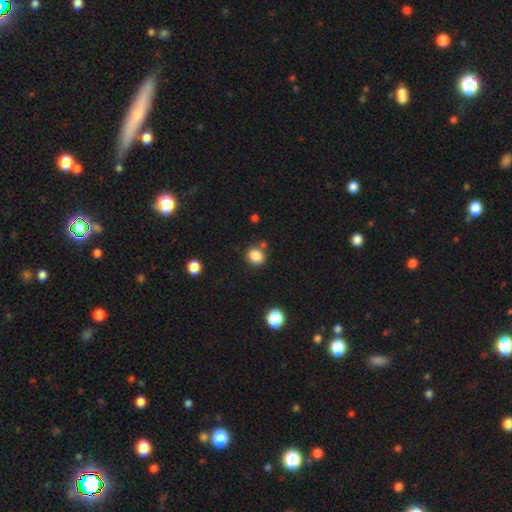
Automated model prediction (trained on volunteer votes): Q: Smooth or featured?
A: smooth (86%); runner-up: star or artifact (10%)
Q: How rounded?
A: round (67%); runner-up: in between (32%)
Q: Merging?
A: none (76%); runner-up: minor disturbance (11%)